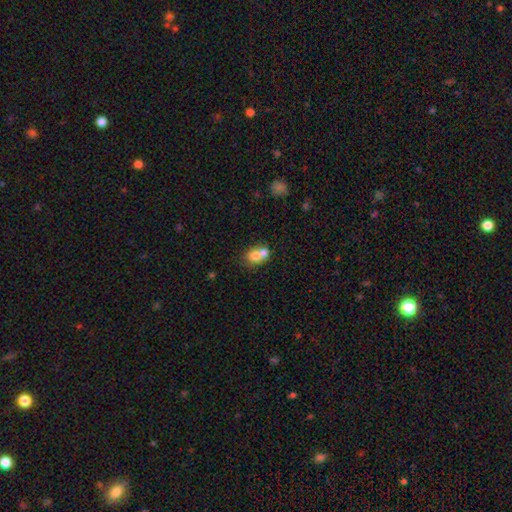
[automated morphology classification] A smooth galaxy with no disk features (72%) that is round (64%).

Vote fractions:
- Smooth or featured? smooth: 72% / featured or disk: 18% / star or artifact: 10%
- How rounded? round: 64% / in between: 35% / cigar-shaped: 1%
- Merging? merger: 62% / none: 28% / minor disturbance: 7% / major disturbance: 3%